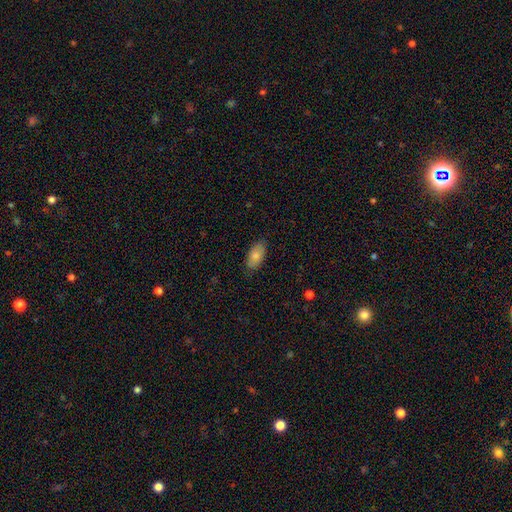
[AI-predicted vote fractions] Morphology: type=smooth (80%); roundness=in between (93%); merging=none (85%).